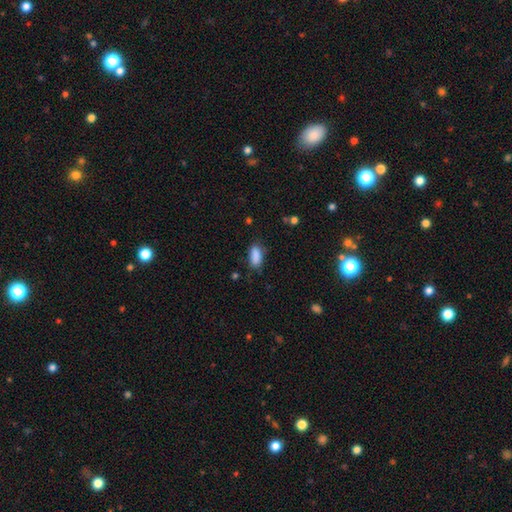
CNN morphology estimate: smooth-or-featured: smooth: 88% | star or artifact: 8% | featured or disk: 4%
  how-rounded: in between: 87% | cigar-shaped: 10% | round: 3%
  merging: none: 74% | minor disturbance: 20% | major disturbance: 5% | merger: 2%